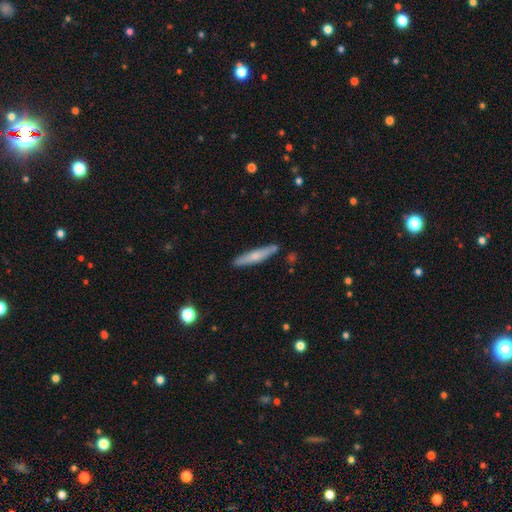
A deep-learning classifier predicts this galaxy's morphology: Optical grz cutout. It shows a smooth galaxy with no disk features (59%) that is cigar-shaped (92%). Merging: none (86%).